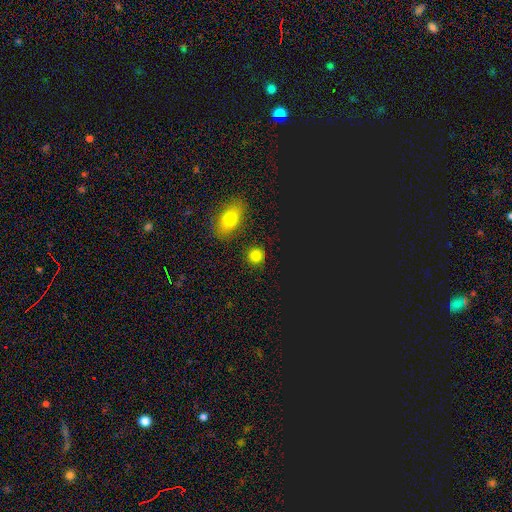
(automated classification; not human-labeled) Smooth or featured? smooth (80%)
How rounded? round (89%)
Merging? none (89%)